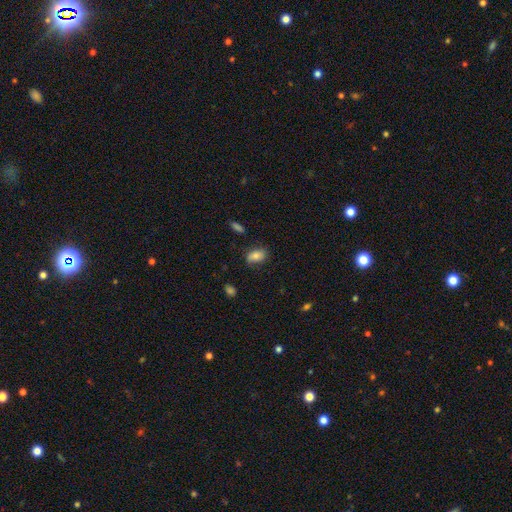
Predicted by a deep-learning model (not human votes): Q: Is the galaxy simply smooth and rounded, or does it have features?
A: smooth — 76%.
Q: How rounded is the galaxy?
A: in between — 87%.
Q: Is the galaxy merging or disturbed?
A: none — 72%.